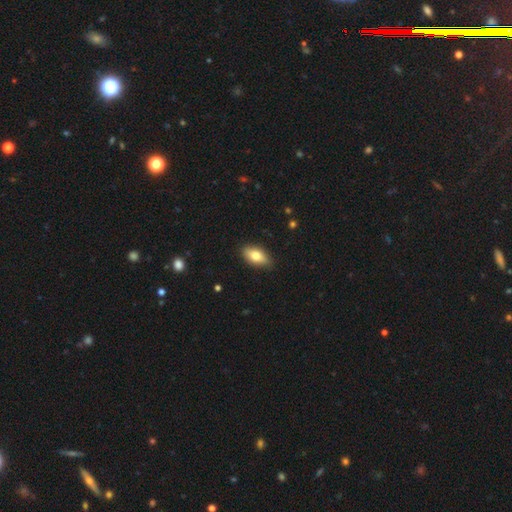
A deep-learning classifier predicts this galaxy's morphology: smooth_or_featured: smooth (p=0.78) [alt: featured or disk p=0.15]
how_rounded: in between (p=0.90) [alt: cigar-shaped p=0.05]
merging: none (p=0.87) [alt: minor disturbance p=0.10]